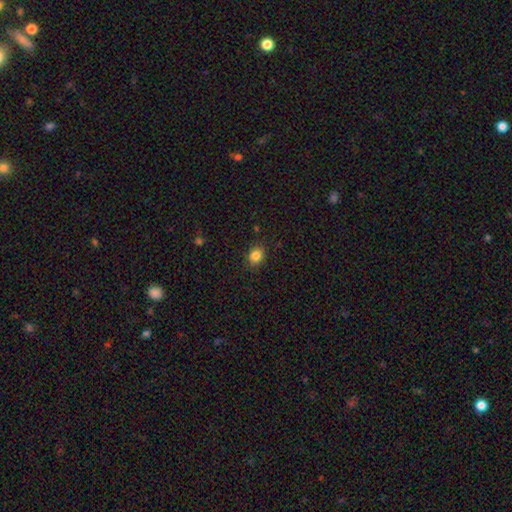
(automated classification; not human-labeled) Morphology: type=smooth (84%); roundness=round (65%); merging=none (87%).